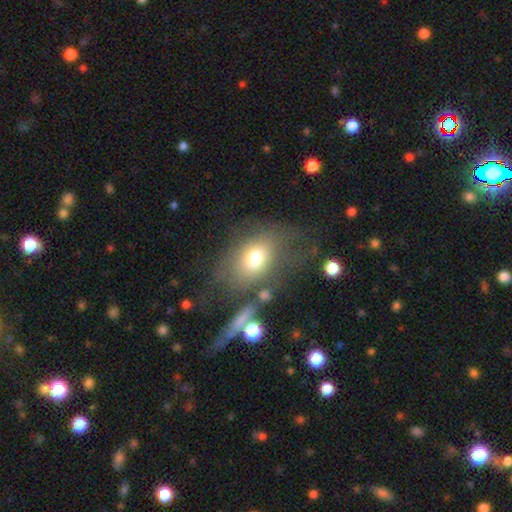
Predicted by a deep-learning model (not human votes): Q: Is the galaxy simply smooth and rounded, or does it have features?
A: smooth — 66%.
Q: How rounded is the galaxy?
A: in between — 75%.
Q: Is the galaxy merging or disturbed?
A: none — 43%.